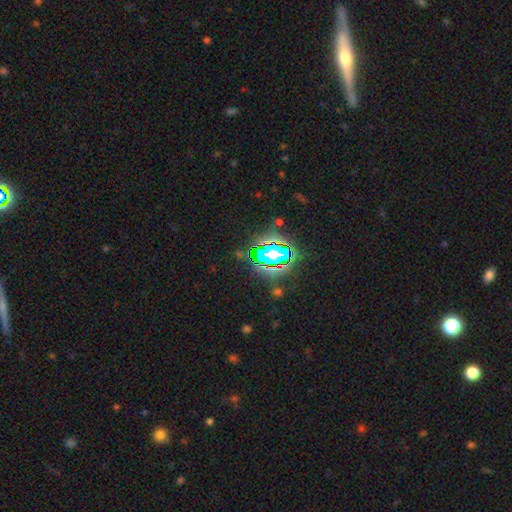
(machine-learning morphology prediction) The model was most divided on "smooth or featured": star or artifact: 78%, smooth: 12%, featured or disk: 10%.